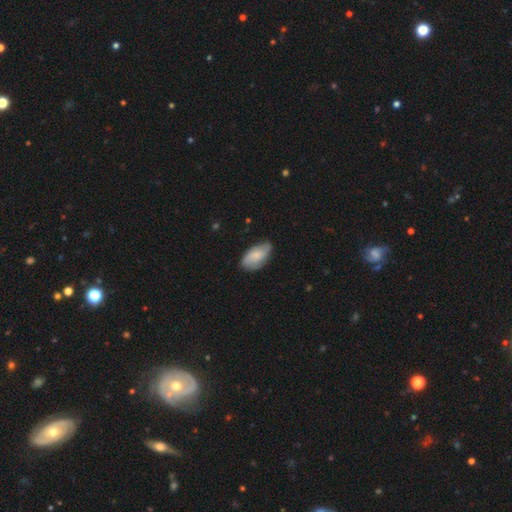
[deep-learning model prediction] Smooth or featured: smooth — 62% (featured or disk — 32%)
How rounded: in between — 93% (cigar-shaped — 4%)
Merging: none — 71% (minor disturbance — 24%)